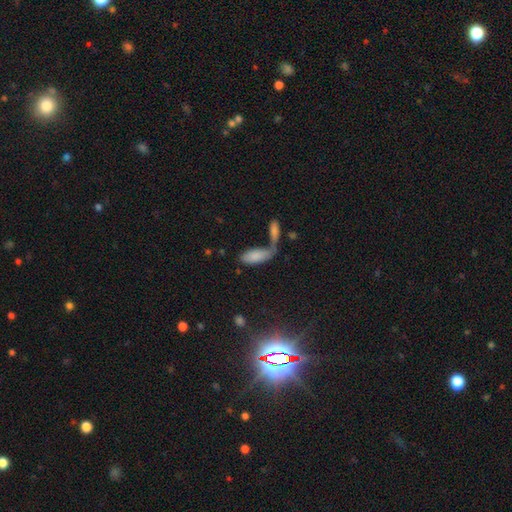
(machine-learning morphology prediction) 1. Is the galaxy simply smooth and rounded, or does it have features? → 80% smooth, 13% featured or disk, 8% star or artifact.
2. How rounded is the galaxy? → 81% in between, 17% cigar-shaped, 2% round.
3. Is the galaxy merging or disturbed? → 50% merger, 28% none, 12% minor disturbance, 10% major disturbance.